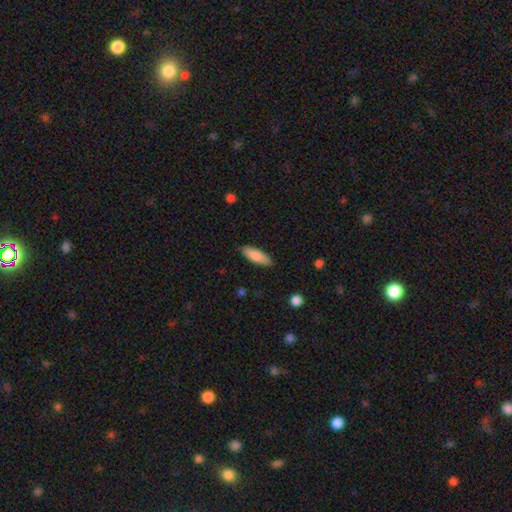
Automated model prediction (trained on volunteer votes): A smooth galaxy with no disk features (83%) that is in between round and cigar-shaped (60%). Merging: none (85%).